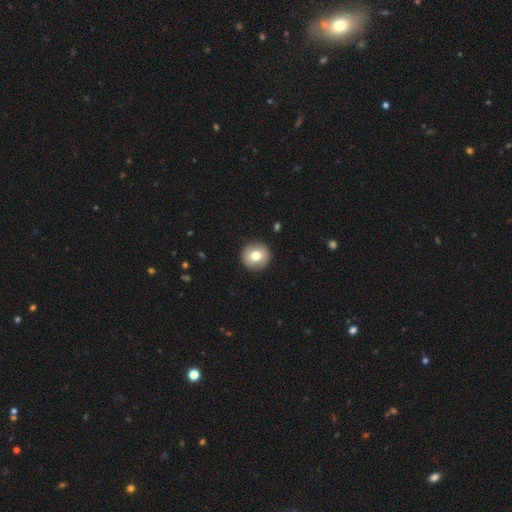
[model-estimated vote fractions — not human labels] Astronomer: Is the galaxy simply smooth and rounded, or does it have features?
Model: smooth — 77%.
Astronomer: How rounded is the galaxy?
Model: round — 95%.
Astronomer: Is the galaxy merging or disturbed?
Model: none — 92%.